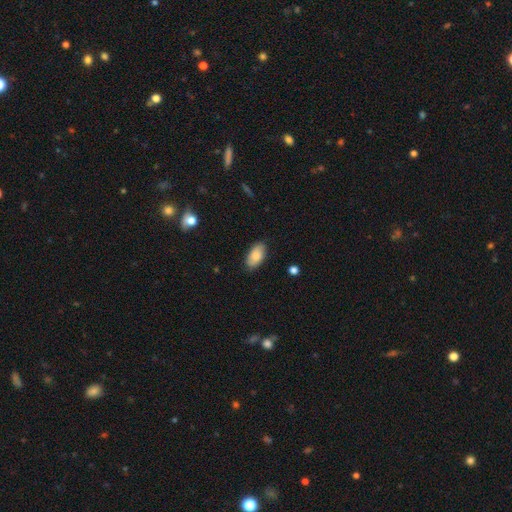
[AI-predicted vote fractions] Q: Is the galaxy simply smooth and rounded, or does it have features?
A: smooth — 79%.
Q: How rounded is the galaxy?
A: in between — 94%.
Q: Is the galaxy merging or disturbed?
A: none — 83%.